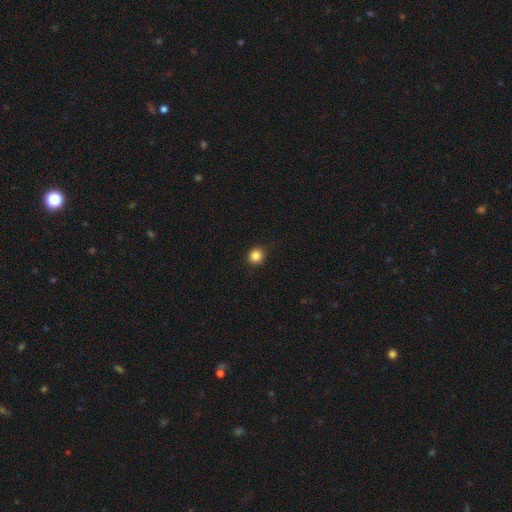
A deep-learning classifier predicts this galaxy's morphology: type=smooth (85%); roundness=round (93%); merging=none (91%).